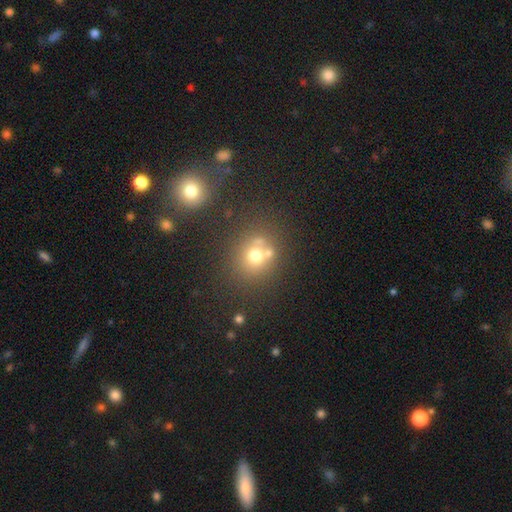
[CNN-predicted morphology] This is likely a smooth galaxy (65%). How rounded: likely round (80%). Merging: possibly none (56%).